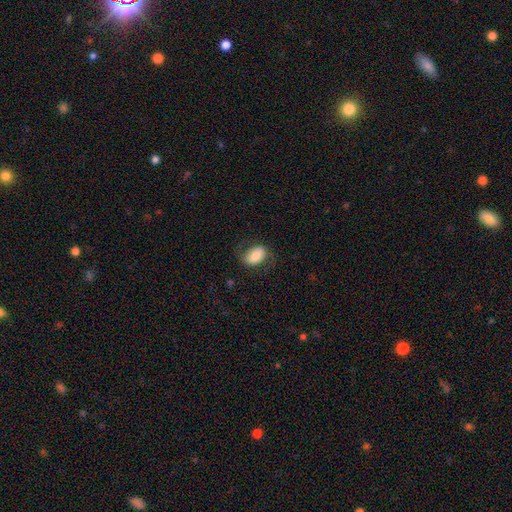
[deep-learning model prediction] Q: Smooth or featured?
A: smooth (65%); runner-up: featured or disk (27%)
Q: How rounded?
A: in between (87%); runner-up: round (12%)
Q: Merging?
A: none (66%); runner-up: minor disturbance (21%)